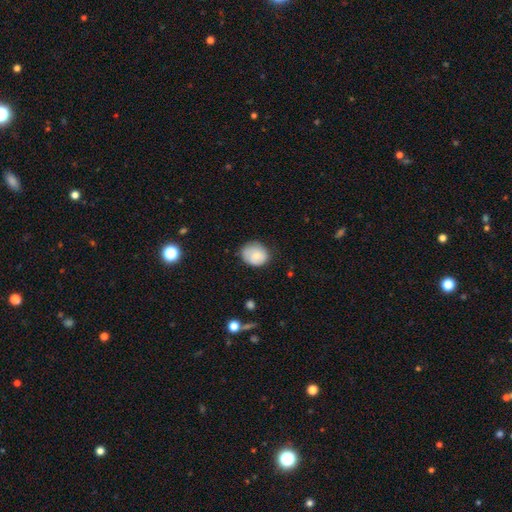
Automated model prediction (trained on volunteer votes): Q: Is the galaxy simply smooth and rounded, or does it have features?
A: smooth — 79%.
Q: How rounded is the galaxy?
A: round — 56%.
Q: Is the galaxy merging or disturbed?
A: none — 67%.